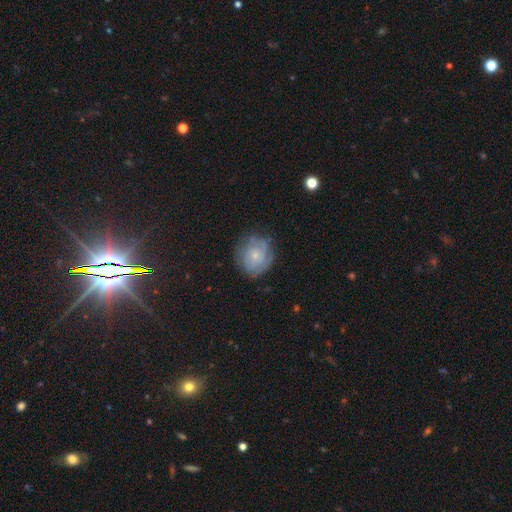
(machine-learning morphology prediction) type=featured or disk (59%); edge-on=no (98%); bar=no (83%); spiral arms=yes (83%); bulge=small (74%); merging=none (73%).